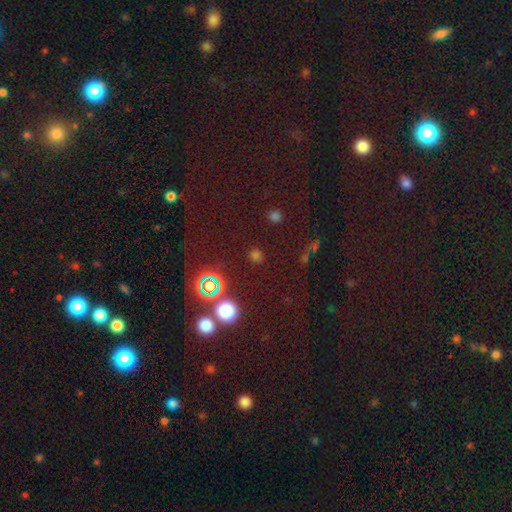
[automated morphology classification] Smooth or featured: star or artifact — 58% (smooth — 32%)